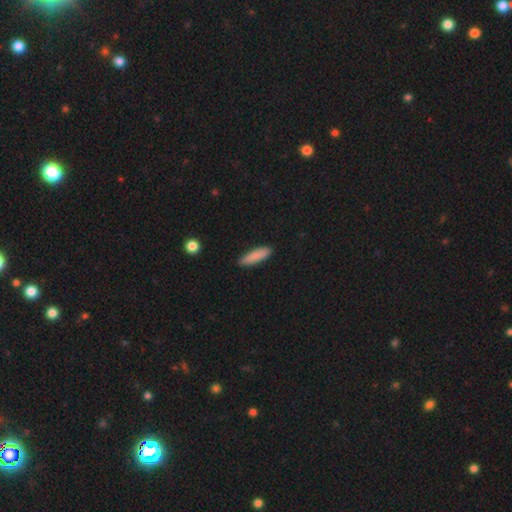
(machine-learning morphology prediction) smooth 87%, featured or disk 7%, star or artifact 6%. Down the decision tree: how rounded — cigar-shaped (64%); merging — none (88%).